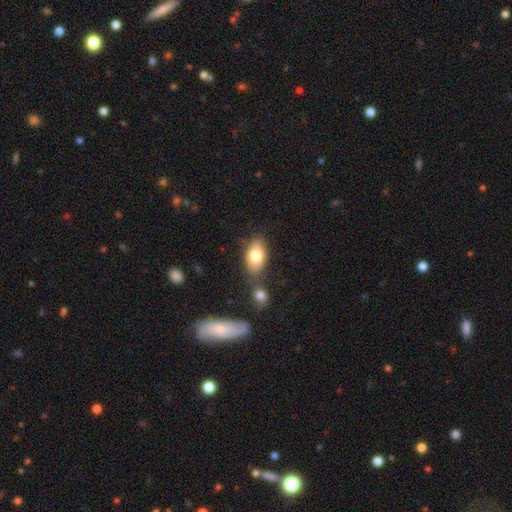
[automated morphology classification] This appears to be a smooth galaxy with no disk features (78%) that is in between round and cigar-shaped (90%). Merging: none (63%).